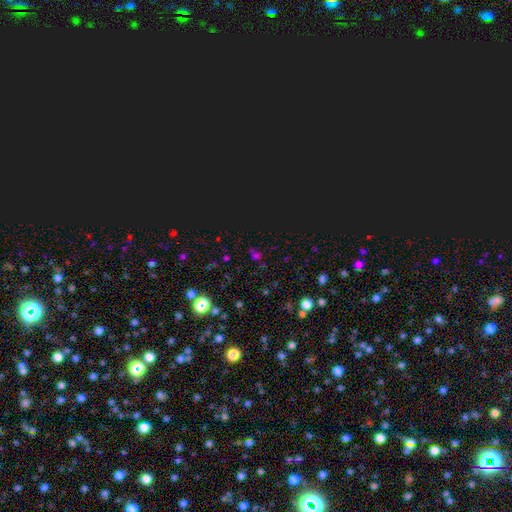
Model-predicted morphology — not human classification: Smooth or featured? Predicted: star or artifact (p=0.58).